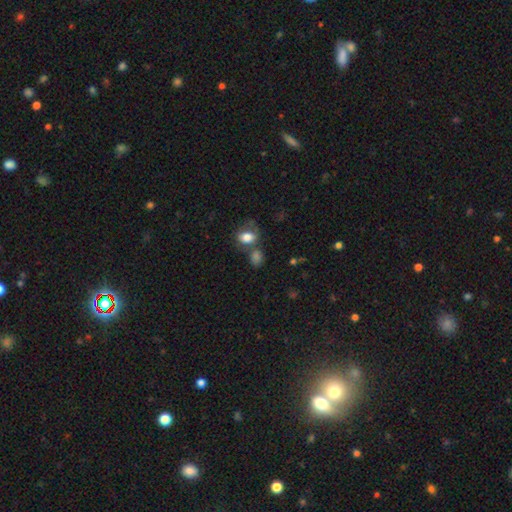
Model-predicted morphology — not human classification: smooth 69%, star or artifact 17%, featured or disk 14%. Down the decision tree: how rounded — in between (59%); merging — none (50%).